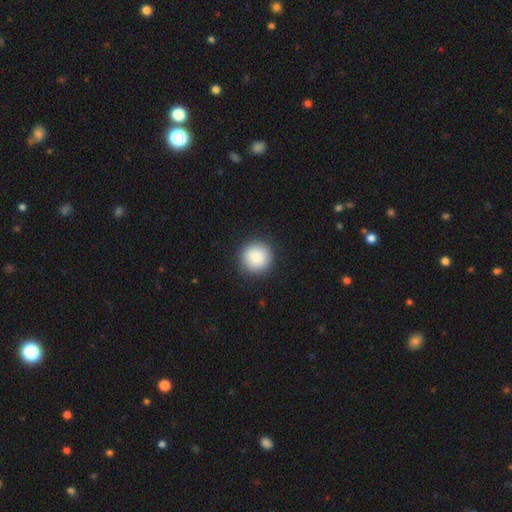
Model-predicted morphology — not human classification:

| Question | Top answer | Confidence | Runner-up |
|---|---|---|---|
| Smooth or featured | smooth | 87% | star or artifact (8%) |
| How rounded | round | 95% | in between (4%) |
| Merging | none | 92% | minor disturbance (6%) |